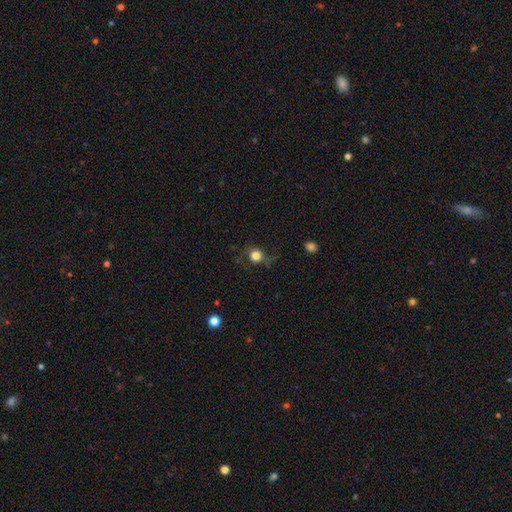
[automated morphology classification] smooth 72%, featured or disk 16%, star or artifact 12%. Down the decision tree: how rounded — round (86%); merging — none (62%).